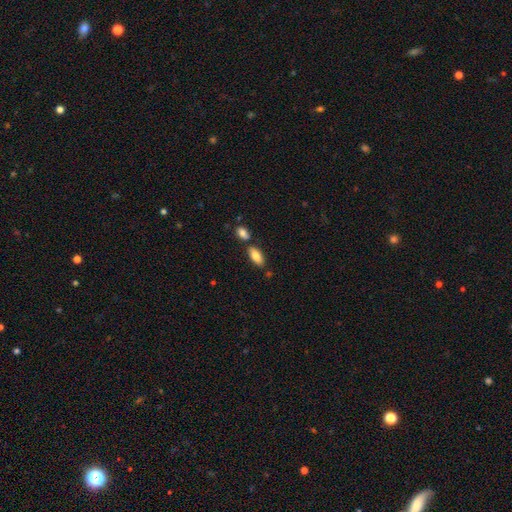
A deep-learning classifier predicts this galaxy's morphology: smooth-or-featured: smooth: 83% | featured or disk: 10% | star or artifact: 7%
  how-rounded: in between: 87% | cigar-shaped: 11% | round: 2%
  merging: none: 70% | merger: 16% | minor disturbance: 11% | major disturbance: 3%